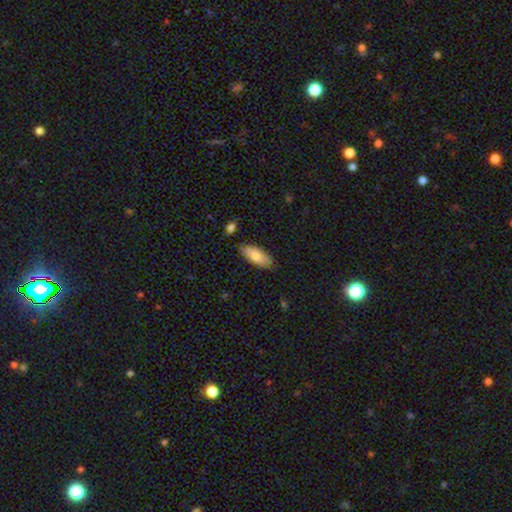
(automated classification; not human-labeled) Smooth or featured? Predicted: smooth (p=0.80). How rounded? Predicted: in between (p=0.82). Merging? Predicted: none (p=0.80).